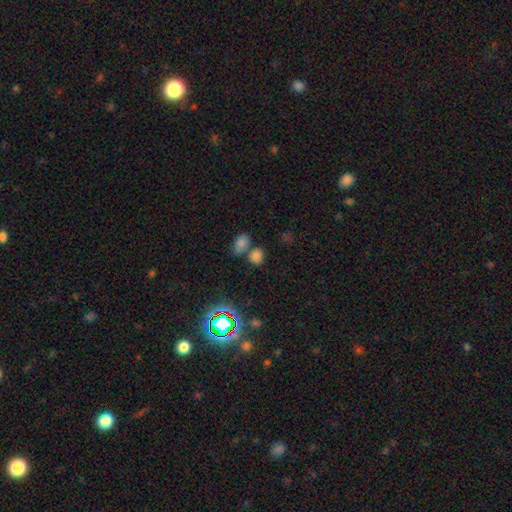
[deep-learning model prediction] Smooth or featured: smooth — 74% (star or artifact — 20%)
How rounded: round — 54% (in between — 44%)
Merging: none — 56% (merger — 28%)